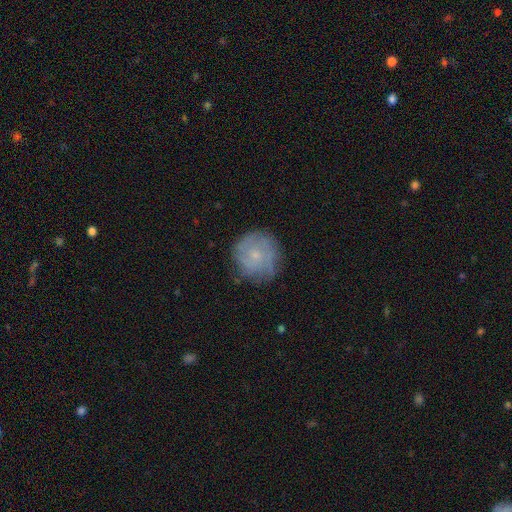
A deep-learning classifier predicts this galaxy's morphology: This appears to be a featured or disk galaxy (46%). Merging: none (72%).